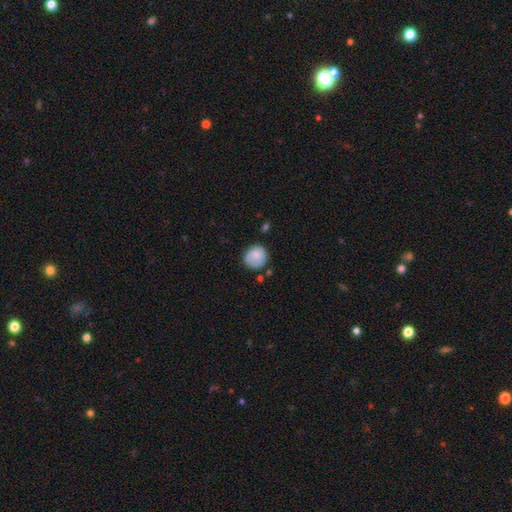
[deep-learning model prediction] This is likely a smooth galaxy (78%). How rounded: clearly round (87%). Merging: likely none (70%).